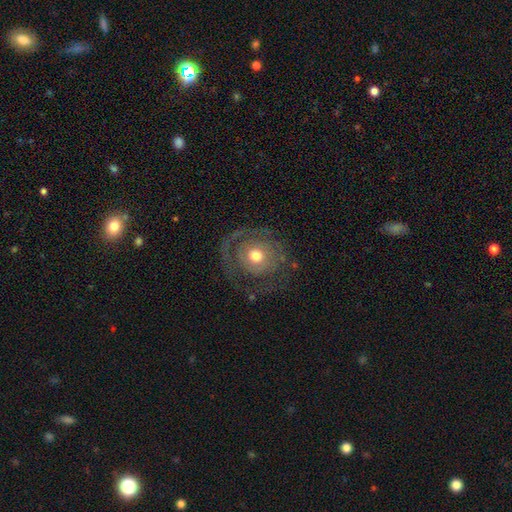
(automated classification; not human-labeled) The model was most divided on "smooth or featured": featured or disk: 65%, smooth: 29%, star or artifact: 7%. More confident: edge-on disk — no (96%); bar — no (84%); spiral arms — yes (72%); bulge size — moderate (70%); merging — none (63%).